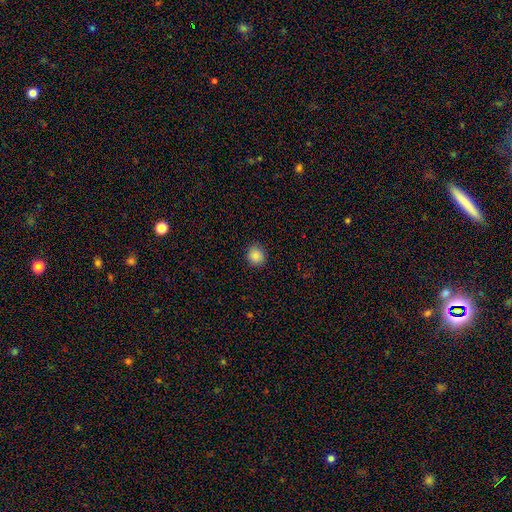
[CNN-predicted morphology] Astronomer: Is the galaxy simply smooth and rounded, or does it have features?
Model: smooth — 87%.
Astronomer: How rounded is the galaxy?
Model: round — 82%.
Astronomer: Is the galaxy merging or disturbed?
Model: none — 89%.